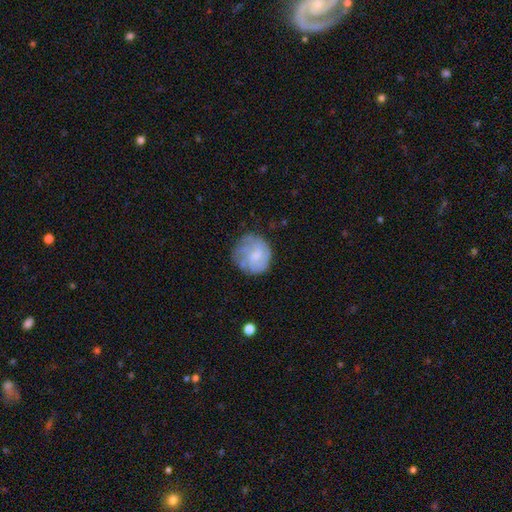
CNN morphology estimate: This is possibly a featured or disk galaxy (54%). It is clearly not viewed edge-on (98%). Bar: likely no (67%). Spiral arm pattern: likely yes (76%). Central bulge: marginally none (35%). Merging: likely none (64%).